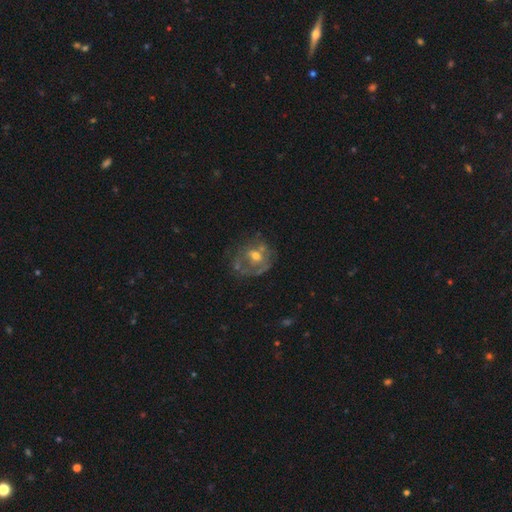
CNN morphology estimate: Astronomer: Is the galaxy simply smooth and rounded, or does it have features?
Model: featured or disk — 58%.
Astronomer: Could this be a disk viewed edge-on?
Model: no — 97%.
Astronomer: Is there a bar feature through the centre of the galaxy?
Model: no — 72%.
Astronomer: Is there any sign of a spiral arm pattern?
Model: no — 67%.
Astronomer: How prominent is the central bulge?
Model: moderate — 62%.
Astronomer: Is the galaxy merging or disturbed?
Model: none — 46% (runner-up: major disturbance, 23%).